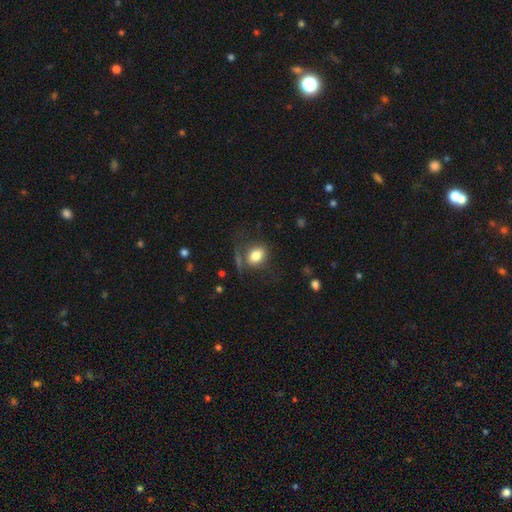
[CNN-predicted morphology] Overall: smooth (79%). How rounded: in between (67%; round 32%). Merging: none (62%).